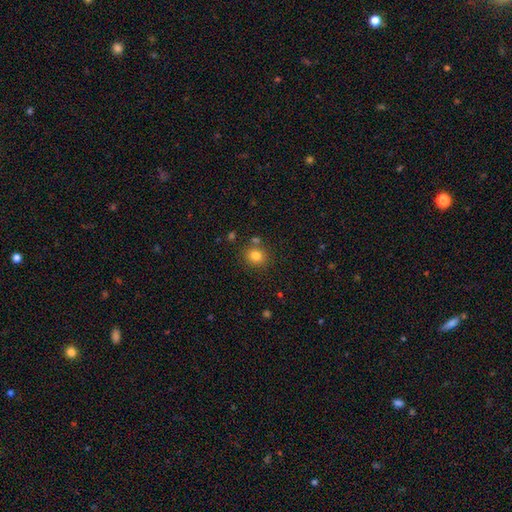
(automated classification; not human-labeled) Smooth or featured?
  - smooth: 81% *
  - star or artifact: 12%
  - featured or disk: 7%
How rounded?
  - round: 78% *
  - in between: 21%
  - cigar-shaped: 1%
Merging?
  - none: 78% *
  - minor disturbance: 10%
  - merger: 9%
  - major disturbance: 3%